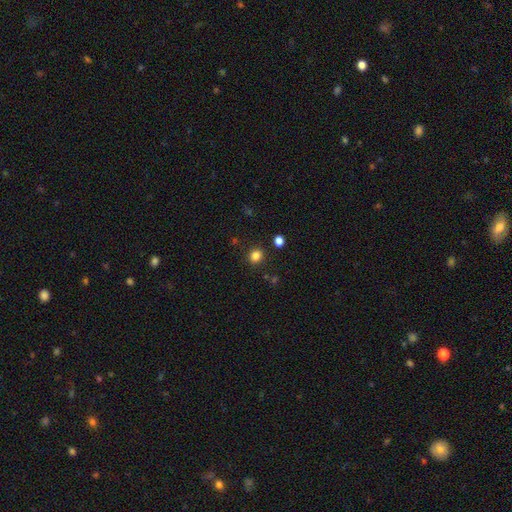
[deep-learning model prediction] This is clearly a smooth galaxy (83%). How rounded: likely round (76%). Merging: clearly none (88%).